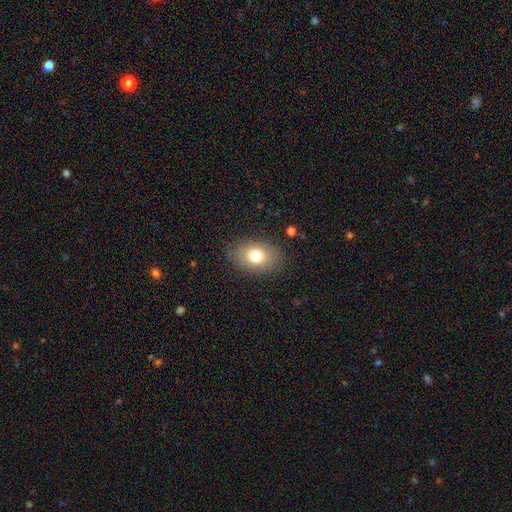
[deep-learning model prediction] Smooth or featured?
  - smooth: 76% *
  - featured or disk: 14%
  - star or artifact: 10%
How rounded?
  - in between: 75% *
  - round: 24%
  - cigar-shaped: 1%
Merging?
  - none: 83% *
  - minor disturbance: 12%
  - major disturbance: 4%
  - merger: 1%